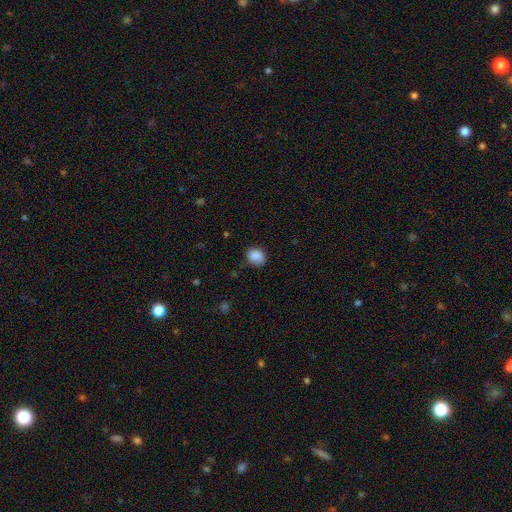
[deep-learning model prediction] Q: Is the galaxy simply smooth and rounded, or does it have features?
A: smooth — 87%.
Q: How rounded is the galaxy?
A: round — 55%.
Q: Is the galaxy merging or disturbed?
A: none — 74%.